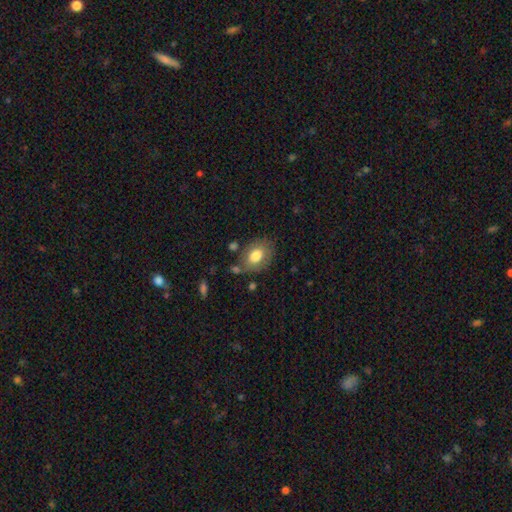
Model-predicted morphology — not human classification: Smooth or featured?
  - smooth: 75% *
  - featured or disk: 18%
  - star or artifact: 7%
How rounded?
  - in between: 77% *
  - round: 22%
  - cigar-shaped: 1%
Merging?
  - none: 67% *
  - minor disturbance: 20%
  - major disturbance: 7%
  - merger: 6%